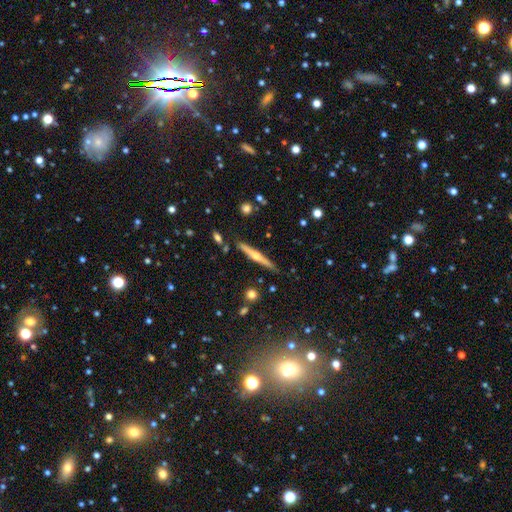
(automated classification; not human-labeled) featured or disk 63%, smooth 30%, star or artifact 6%. Down the decision tree: edge-on disk — yes (97%); edge-on bulge — rounded (81%); merging — none (85%).